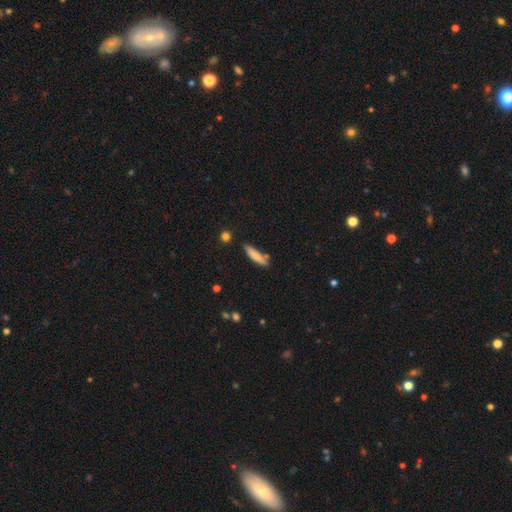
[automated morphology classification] Smooth or featured? smooth (78%)
How rounded? cigar-shaped (81%)
Merging? none (76%)